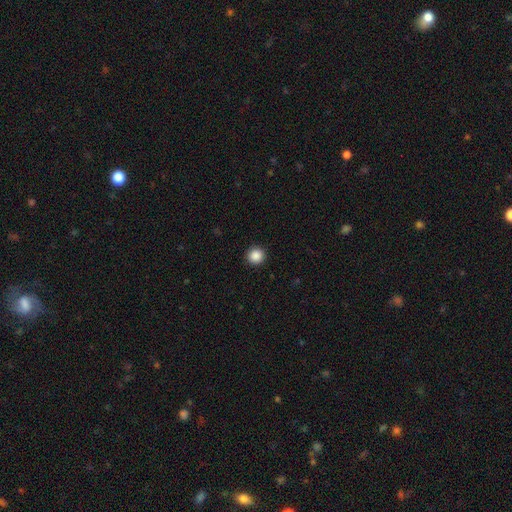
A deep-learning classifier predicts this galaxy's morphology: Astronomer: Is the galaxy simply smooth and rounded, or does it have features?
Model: smooth — 88%.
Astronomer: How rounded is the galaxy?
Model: round — 94%.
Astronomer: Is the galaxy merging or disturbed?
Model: none — 93%.